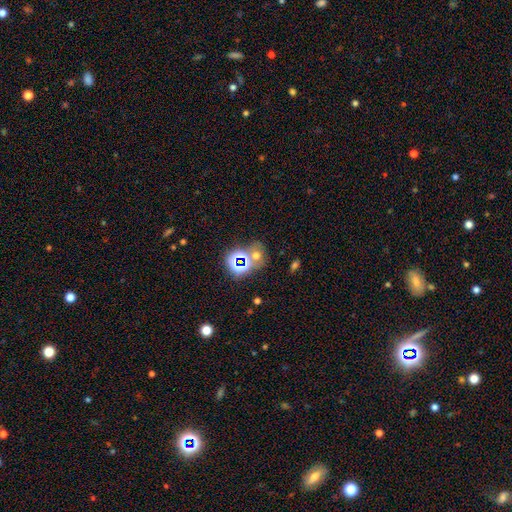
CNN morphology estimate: smooth_or_featured: smooth (p=0.45) [alt: star or artifact p=0.43]
merging: none (p=0.56) [alt: merger p=0.26]